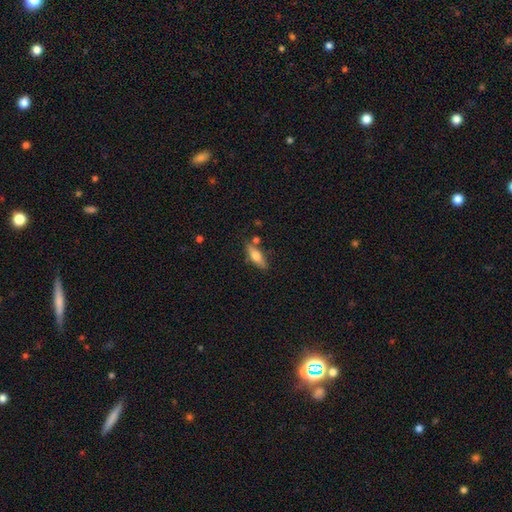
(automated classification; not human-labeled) This appears to be a smooth galaxy with no disk features (63%) that is in between round and cigar-shaped (54%). Merging: none (73%).